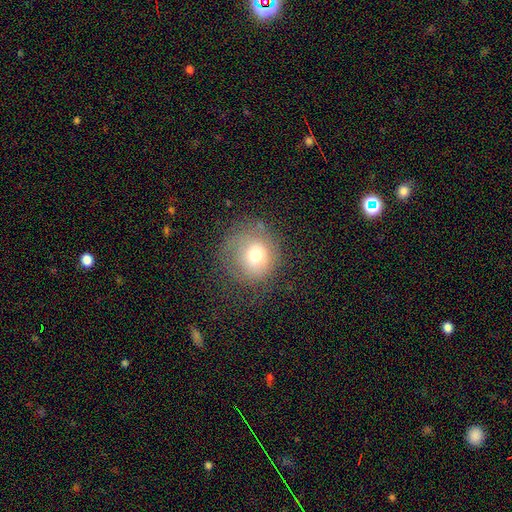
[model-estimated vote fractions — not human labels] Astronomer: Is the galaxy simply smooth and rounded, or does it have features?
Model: smooth — 68%.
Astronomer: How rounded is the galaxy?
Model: round — 87%.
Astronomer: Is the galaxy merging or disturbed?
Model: none — 59%.